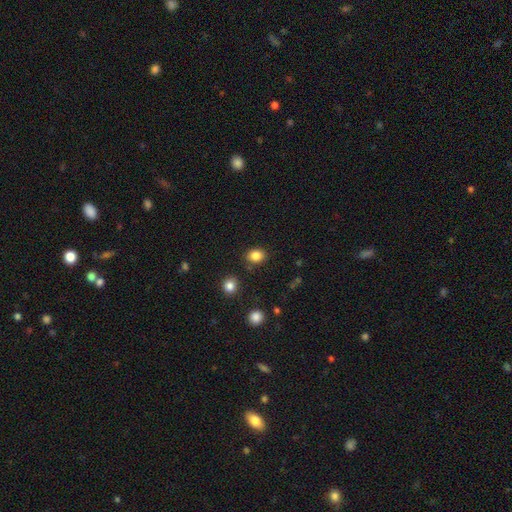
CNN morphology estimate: smooth-or-featured: smooth: 85% | star or artifact: 11% | featured or disk: 5%
  how-rounded: round: 54% | in between: 45% | cigar-shaped: 1%
  merging: none: 83% | minor disturbance: 10% | merger: 3% | major disturbance: 3%